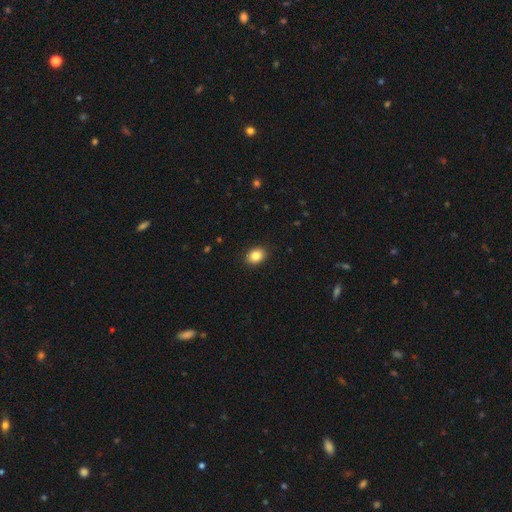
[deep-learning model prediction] smooth 86%, star or artifact 9%, featured or disk 5%. Down the decision tree: how rounded — in between (58%); merging — none (90%).